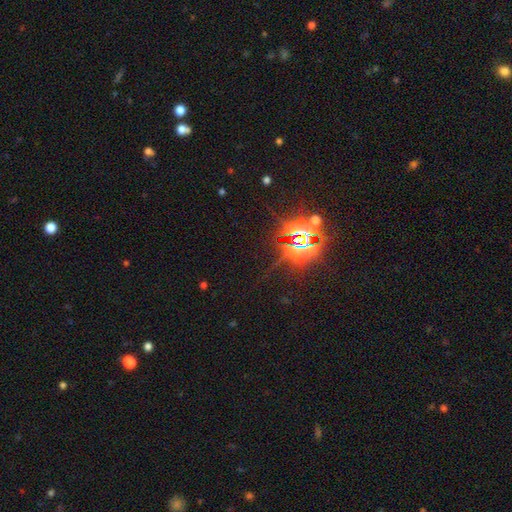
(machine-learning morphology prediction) Smooth or featured: star or artifact — 83% (smooth — 9%)